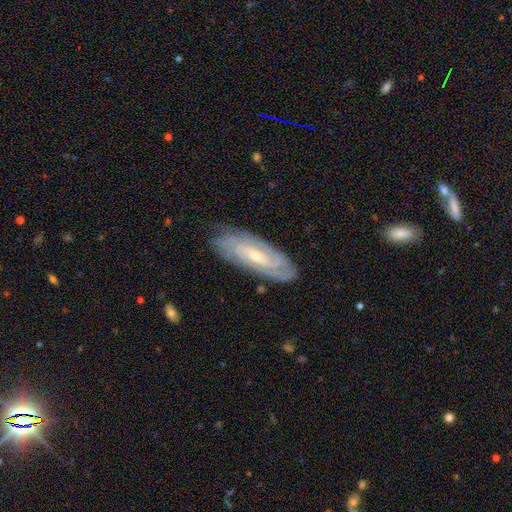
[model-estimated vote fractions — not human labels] smooth_or_featured: featured or disk (p=0.80) [alt: smooth p=0.14]
disk_edge_on: no (p=0.87) [alt: yes p=0.13]
bar: weak (p=0.42) [alt: no p=0.41]
has_spiral_arms: yes (p=0.94) [alt: no p=0.06]
spiral_winding: tight (p=0.68) [alt: medium p=0.25]
spiral_arm_count: can't tell (p=0.40) [alt: 2 p=0.24]
bulge_size: small (p=0.64) [alt: moderate p=0.32]
merging: none (p=0.81) [alt: minor disturbance p=0.15]